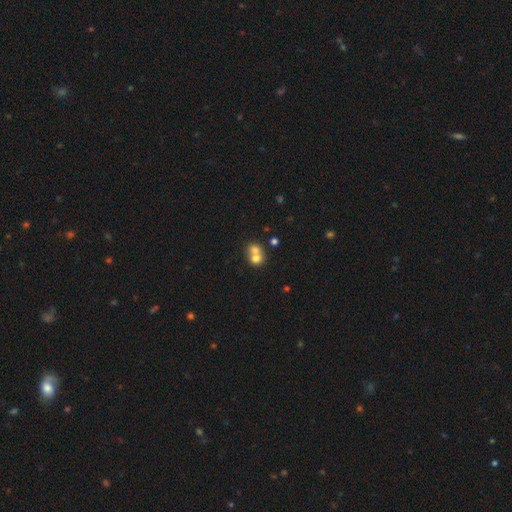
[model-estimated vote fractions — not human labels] Smooth or featured? smooth (69%)
How rounded? round (68%)
Merging? merger (67%)